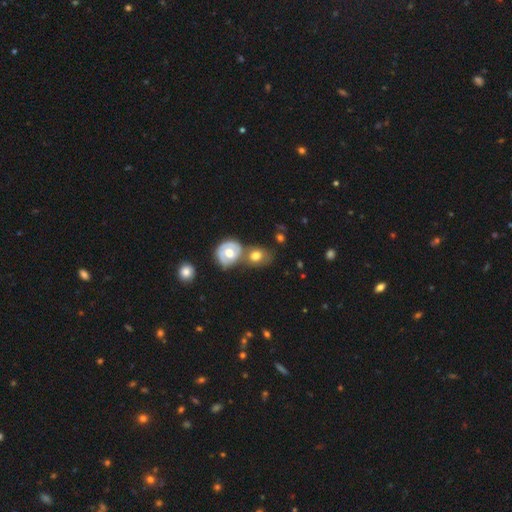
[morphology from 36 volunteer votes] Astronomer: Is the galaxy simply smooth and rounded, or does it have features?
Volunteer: smooth — 64%.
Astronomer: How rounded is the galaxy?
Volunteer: in between — 61% (runner-up: round, 39%).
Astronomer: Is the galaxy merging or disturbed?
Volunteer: merger — 46% (runner-up: none, 40%).